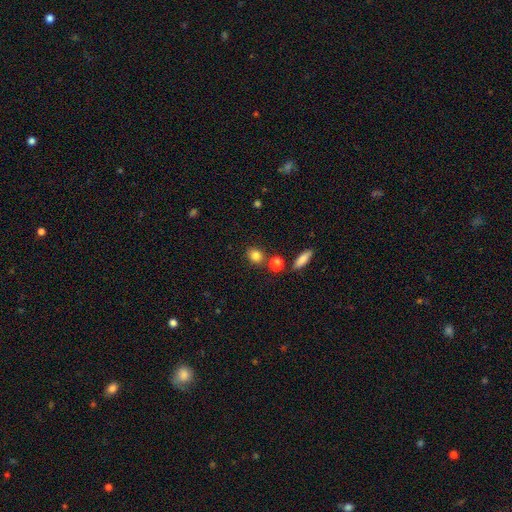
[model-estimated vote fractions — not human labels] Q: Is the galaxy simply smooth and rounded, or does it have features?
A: smooth — 82%.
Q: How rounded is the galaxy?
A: round — 68%.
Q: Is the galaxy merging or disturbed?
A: none — 77%.